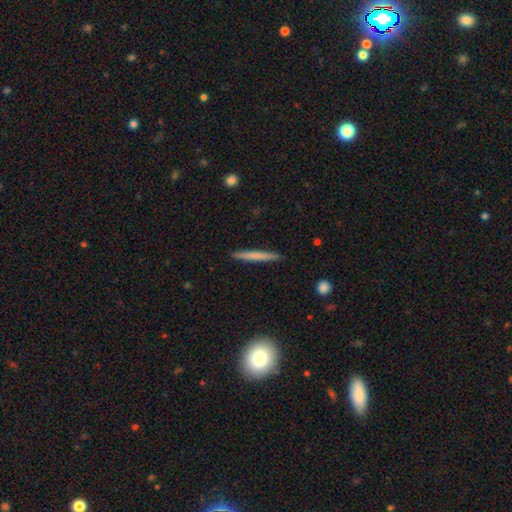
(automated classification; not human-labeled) A smooth galaxy with no disk features (64%) that is cigar-shaped (96%).

Vote fractions:
- Smooth or featured? smooth: 64% / featured or disk: 30% / star or artifact: 6%
- How rounded? cigar-shaped: 96% / in between: 2% / round: 1%
- Merging? none: 91% / minor disturbance: 6% / major disturbance: 1% / merger: 1%